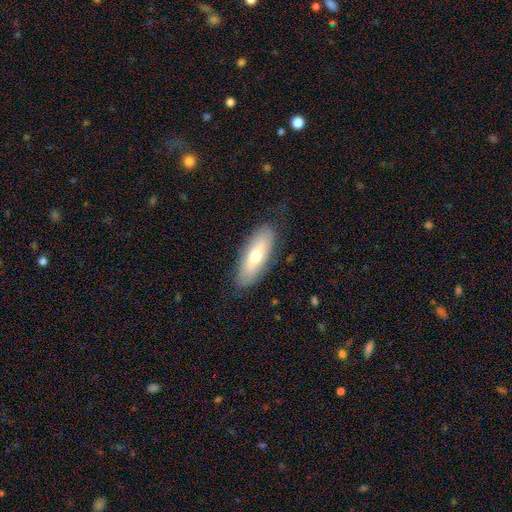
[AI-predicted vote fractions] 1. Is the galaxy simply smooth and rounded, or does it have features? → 59% smooth, 34% featured or disk, 6% star or artifact.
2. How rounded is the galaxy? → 65% in between, 33% cigar-shaped, 2% round.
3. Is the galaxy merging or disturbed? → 82% none, 13% minor disturbance, 3% major disturbance, 1% merger.